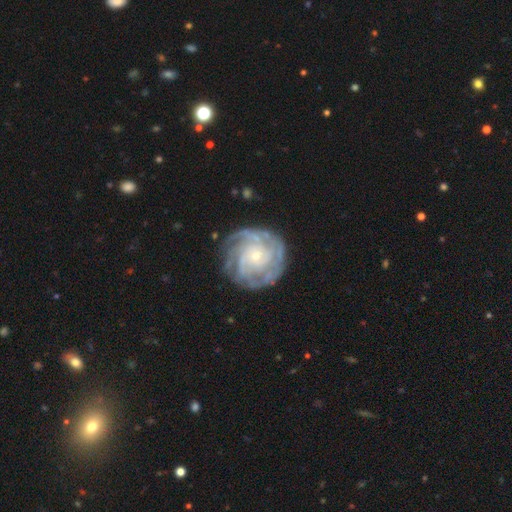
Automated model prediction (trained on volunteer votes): smooth_or_featured: featured or disk (p=0.84) [alt: smooth p=0.10]
disk_edge_on: no (p=0.98) [alt: yes p=0.02]
bar: no (p=0.80) [alt: weak p=0.16]
has_spiral_arms: yes (p=0.94) [alt: no p=0.06]
spiral_winding: tight (p=0.71) [alt: medium p=0.24]
spiral_arm_count: can't tell (p=0.30) [alt: 4 p=0.23]
bulge_size: small (p=0.79) [alt: moderate p=0.16]
merging: none (p=0.75) [alt: minor disturbance p=0.16]